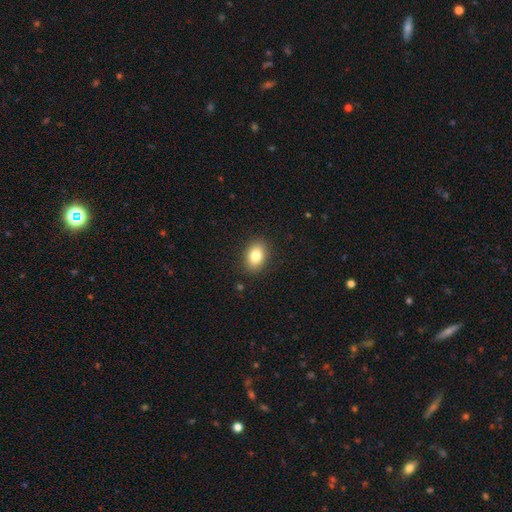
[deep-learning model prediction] Smooth or featured? smooth (82%)
How rounded? in between (78%)
Merging? none (88%)